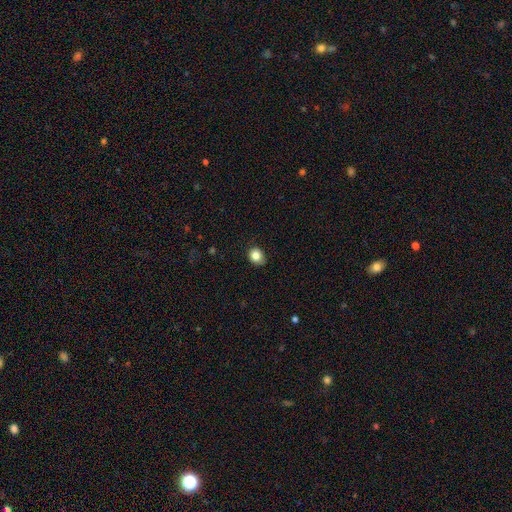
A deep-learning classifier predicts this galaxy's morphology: This appears to be a smooth galaxy with no disk features (84%) that is round (62%). Merging: none (81%).